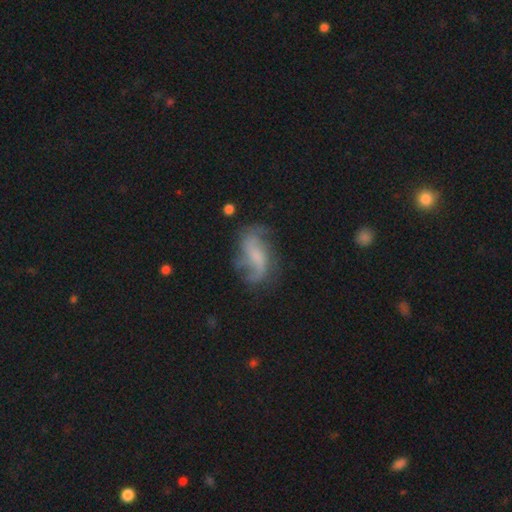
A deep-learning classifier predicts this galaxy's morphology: Smooth or featured? Predicted: featured or disk (p=0.72). Edge-on disk? Predicted: no (p=0.96). Bar? Predicted: weak (p=0.42). Spiral arms? Predicted: yes (p=0.89). Spiral winding? Predicted: loose (p=0.68). Spiral arm count? Predicted: 2 (p=0.73). Bulge size? Predicted: none (p=0.43). Merging? Predicted: none (p=0.55).